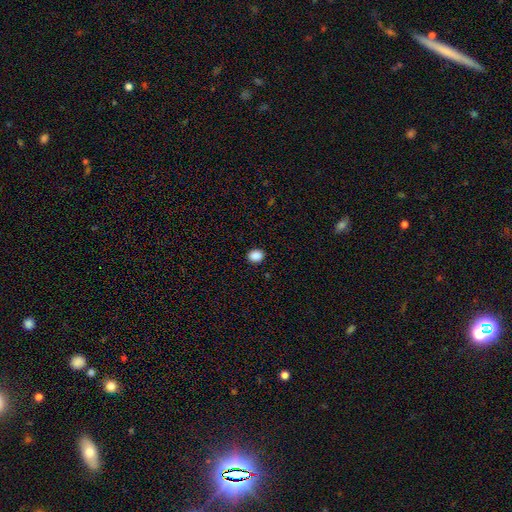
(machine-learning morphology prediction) The model was most divided on "how rounded": round: 53%, in between: 46%, cigar-shaped: 1%. More confident: merging — none (91%); smooth or featured — smooth (89%).